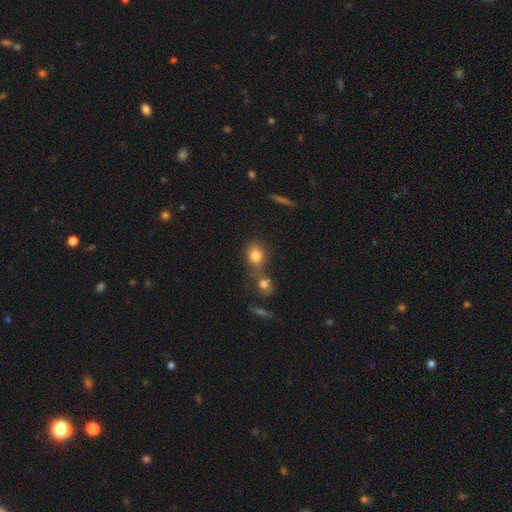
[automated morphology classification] A smooth galaxy with no disk features (80%) that is round (58%). Merging: none (45%).